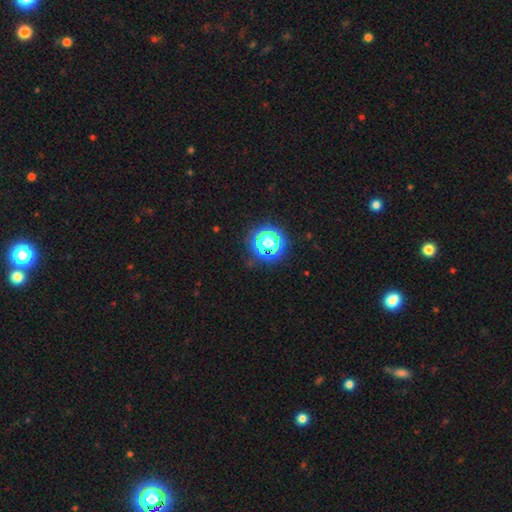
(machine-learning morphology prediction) Q: Smooth or featured?
A: star or artifact (72%); runner-up: smooth (22%)